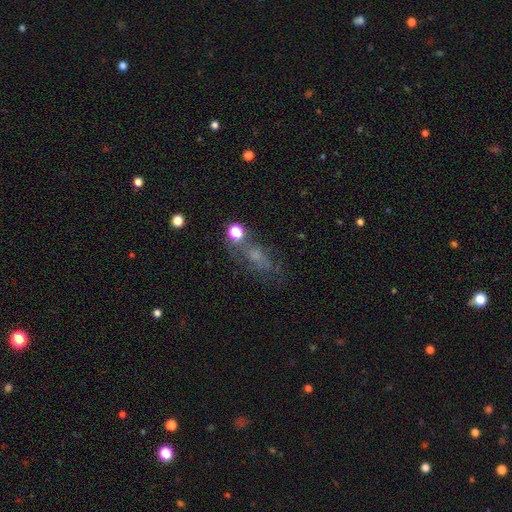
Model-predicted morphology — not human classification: type=featured or disk (39%); merging=none (56%).